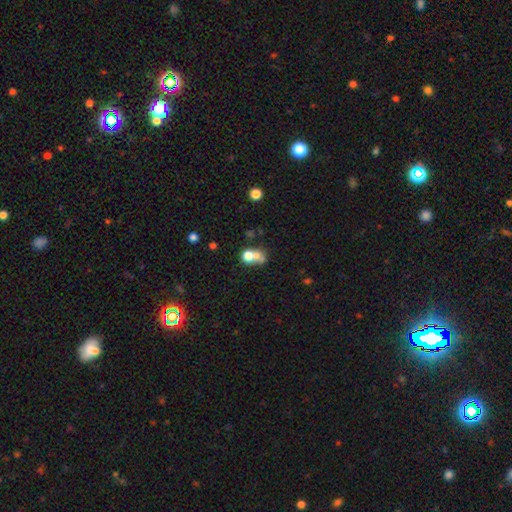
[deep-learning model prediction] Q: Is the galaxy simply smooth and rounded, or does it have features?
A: smooth — 64%.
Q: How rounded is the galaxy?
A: round — 69%.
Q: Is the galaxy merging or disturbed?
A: merger — 59%.